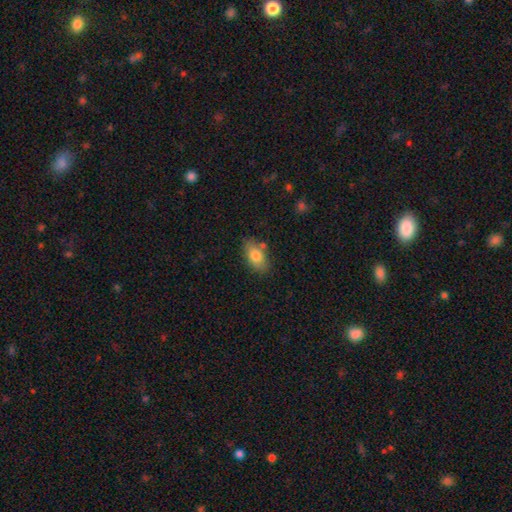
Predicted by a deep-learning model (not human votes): smooth 78%, featured or disk 14%, star or artifact 7%. Down the decision tree: how rounded — in between (89%); merging — none (74%).